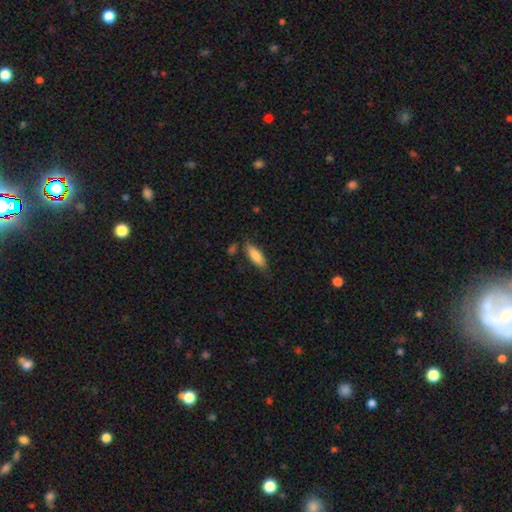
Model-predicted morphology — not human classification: type=smooth (82%); roundness=in between (56%); merging=none (73%).